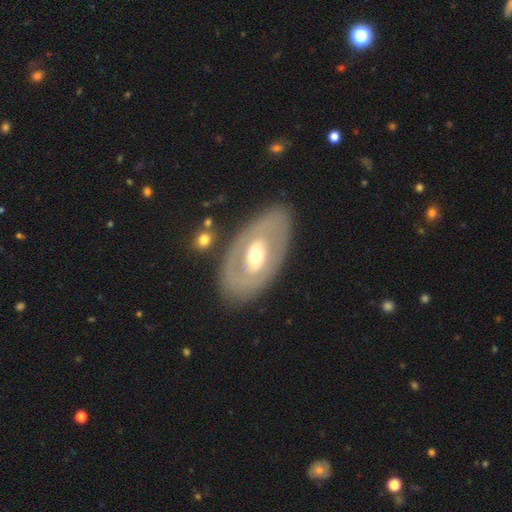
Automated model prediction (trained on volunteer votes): Morphology: type=featured or disk (66%); edge-on=no (90%); bar=no (66%); spiral arms=no (77%); bulge=moderate (62%); merging=none (80%).